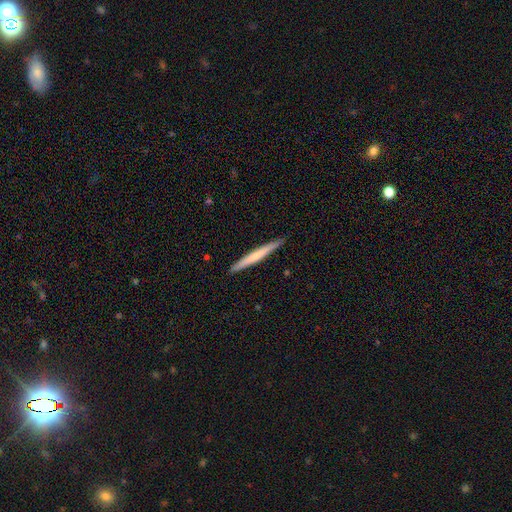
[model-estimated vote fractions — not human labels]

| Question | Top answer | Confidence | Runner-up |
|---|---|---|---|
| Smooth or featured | smooth | 54% | featured or disk (41%) |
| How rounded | cigar-shaped | 97% | in between (2%) |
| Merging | none | 91% | minor disturbance (7%) |